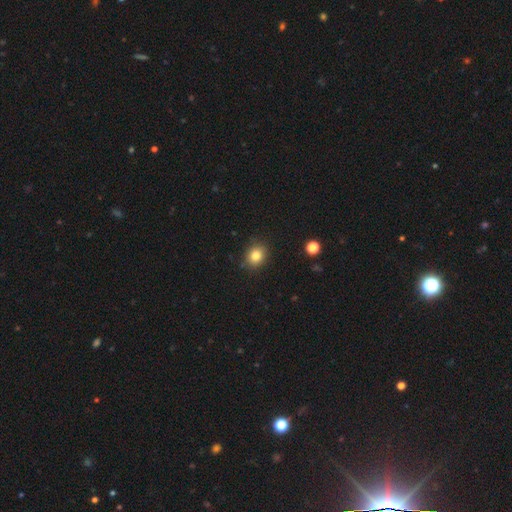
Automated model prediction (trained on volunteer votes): Smooth or featured: smooth — 82% (star or artifact — 11%)
How rounded: round — 64% (in between — 35%)
Merging: none — 86% (minor disturbance — 10%)